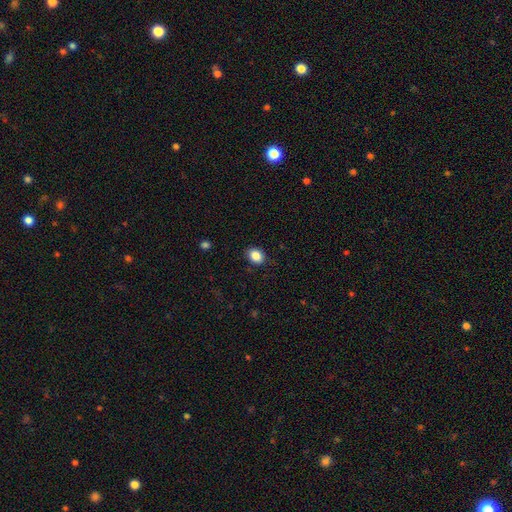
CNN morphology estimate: Q: Smooth or featured?
A: smooth (87%); runner-up: star or artifact (9%)
Q: How rounded?
A: in between (60%); runner-up: round (39%)
Q: Merging?
A: none (87%); runner-up: minor disturbance (9%)